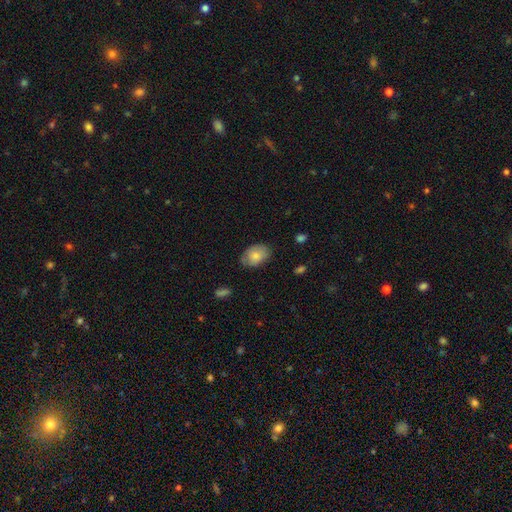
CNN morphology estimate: Q: Smooth or featured?
A: smooth (75%); runner-up: featured or disk (18%)
Q: How rounded?
A: in between (82%); runner-up: round (16%)
Q: Merging?
A: none (75%); runner-up: minor disturbance (20%)